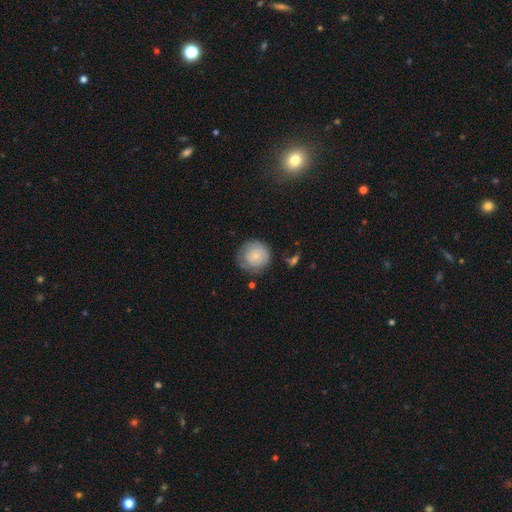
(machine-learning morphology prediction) Q: Smooth or featured?
A: smooth (70%); runner-up: featured or disk (22%)
Q: How rounded?
A: round (91%); runner-up: in between (8%)
Q: Merging?
A: none (64%); runner-up: minor disturbance (24%)